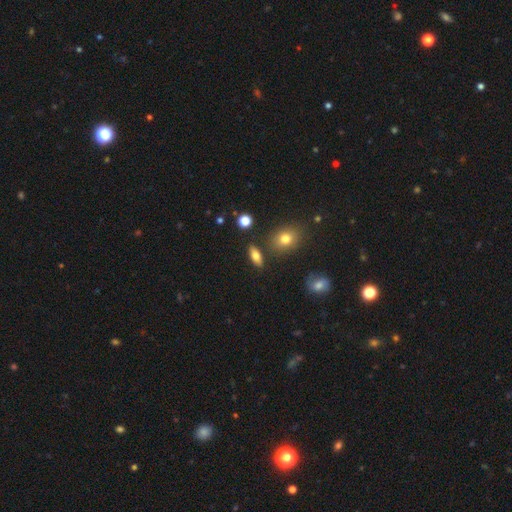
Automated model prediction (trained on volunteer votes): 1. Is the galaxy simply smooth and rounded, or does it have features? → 74% smooth, 17% featured or disk, 9% star or artifact.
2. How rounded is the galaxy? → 76% in between, 17% cigar-shaped, 7% round.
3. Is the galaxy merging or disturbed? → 83% none, 10% minor disturbance, 4% merger, 3% major disturbance.